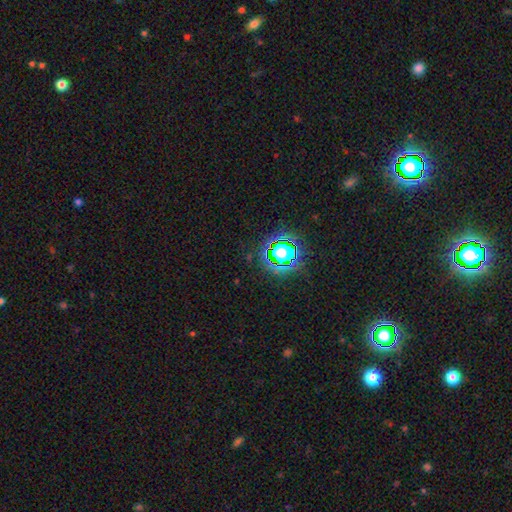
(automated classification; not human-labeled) Smooth or featured? star or artifact (79%)